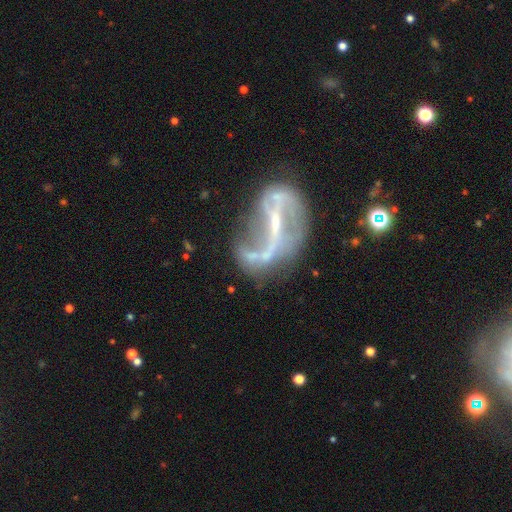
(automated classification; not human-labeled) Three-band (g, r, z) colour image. It shows a featured or disk galaxy (78%) with a strong bar (55%), spiral arms (64%) and a small central bulge (44%). Merging: none (39%).